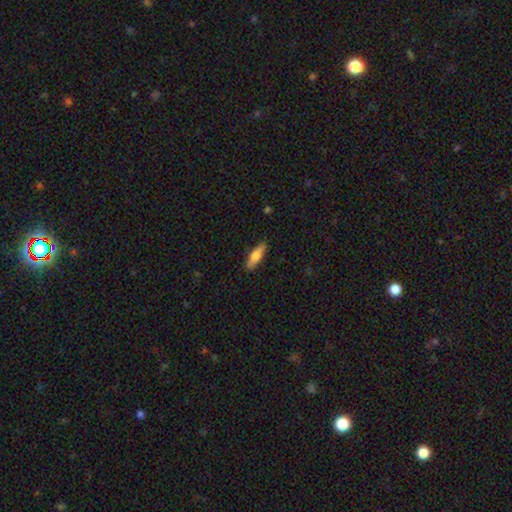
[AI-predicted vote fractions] Smooth or featured: smooth — 64% (featured or disk — 31%)
How rounded: cigar-shaped — 57% (in between — 41%)
Merging: none — 87% (minor disturbance — 10%)